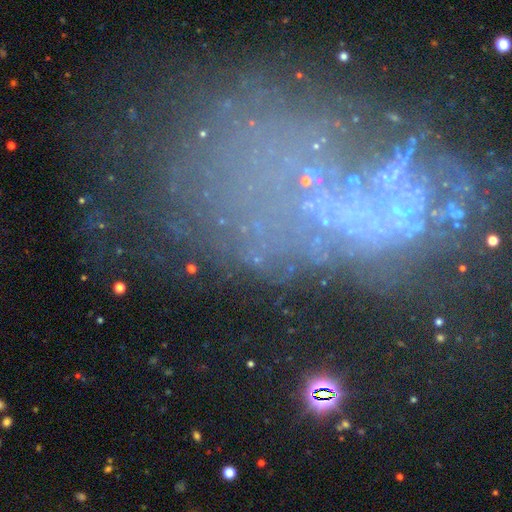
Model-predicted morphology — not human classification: Smooth or featured: star or artifact — 49% (featured or disk — 33%)